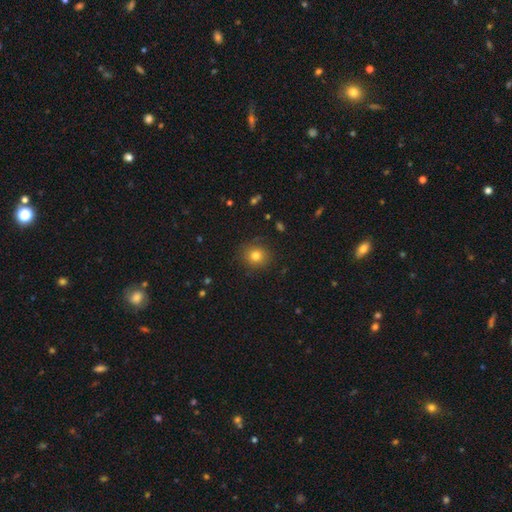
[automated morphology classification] This is likely a smooth galaxy (79%). How rounded: clearly round (85%). Merging: clearly none (87%).